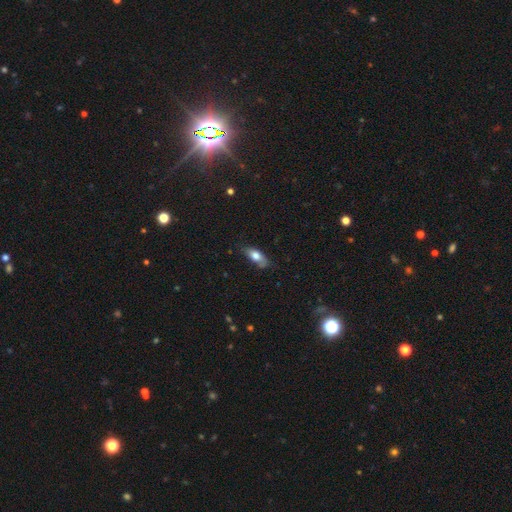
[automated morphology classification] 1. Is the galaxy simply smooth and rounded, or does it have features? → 71% smooth, 22% featured or disk, 7% star or artifact.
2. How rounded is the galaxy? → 77% in between, 19% cigar-shaped, 4% round.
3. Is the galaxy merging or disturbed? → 61% none, 29% minor disturbance, 7% major disturbance, 2% merger.